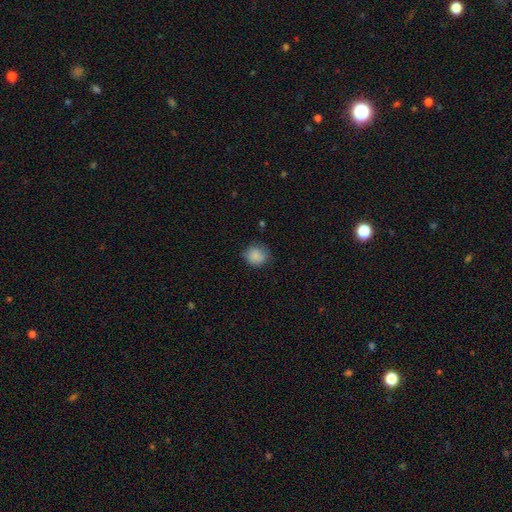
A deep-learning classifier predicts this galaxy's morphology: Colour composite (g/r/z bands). It shows a smooth galaxy with no disk features (85%) that is round (81%). Merging: none (75%).